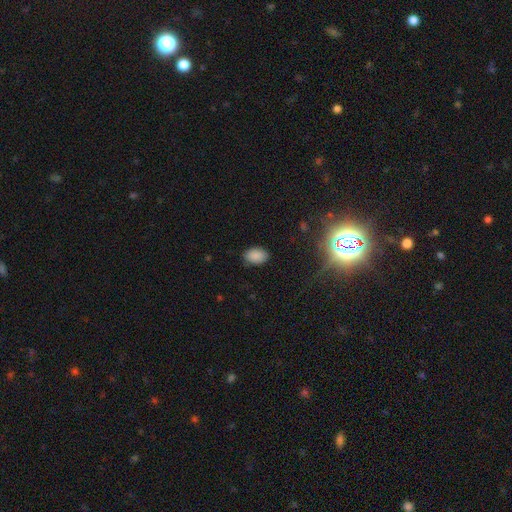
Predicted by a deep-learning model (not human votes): Smooth or featured? smooth (86%)
How rounded? in between (89%)
Merging? none (84%)